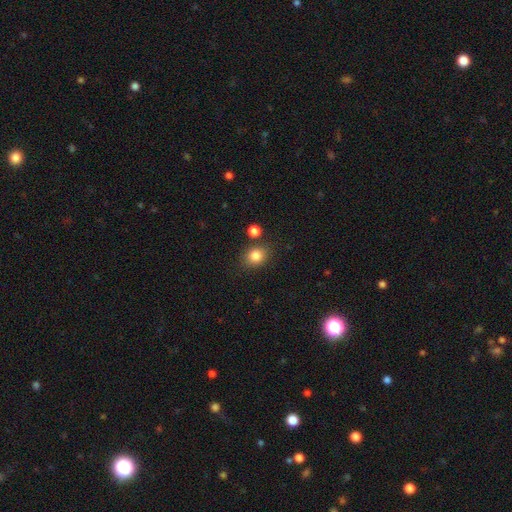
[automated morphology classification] Q: Smooth or featured?
A: smooth (83%); runner-up: star or artifact (11%)
Q: How rounded?
A: round (61%); runner-up: in between (38%)
Q: Merging?
A: none (78%); runner-up: minor disturbance (11%)